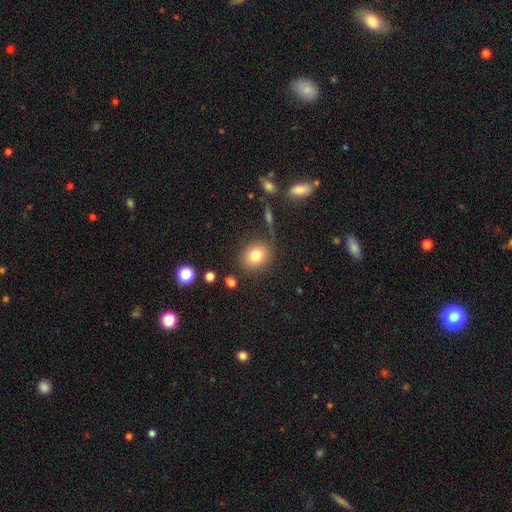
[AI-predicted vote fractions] A smooth galaxy with no disk features (80%) that is round (62%).

Vote fractions:
- Smooth or featured? smooth: 80% / star or artifact: 10% / featured or disk: 10%
- How rounded? round: 62% / in between: 37% / cigar-shaped: 1%
- Merging? none: 82% / minor disturbance: 10% / merger: 4% / major disturbance: 4%